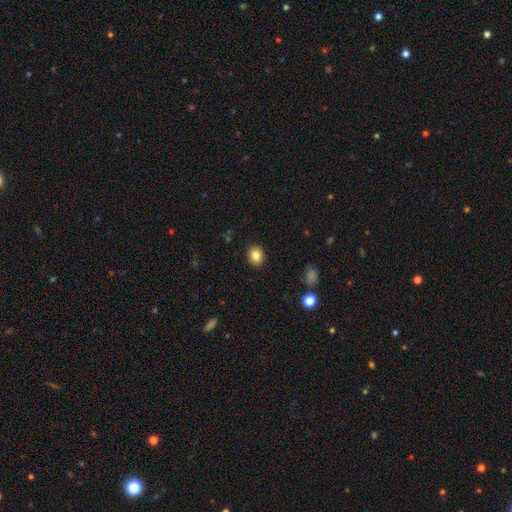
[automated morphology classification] Smooth or featured: smooth — 83% (star or artifact — 10%)
How rounded: round — 62% (in between — 37%)
Merging: none — 91% (minor disturbance — 6%)